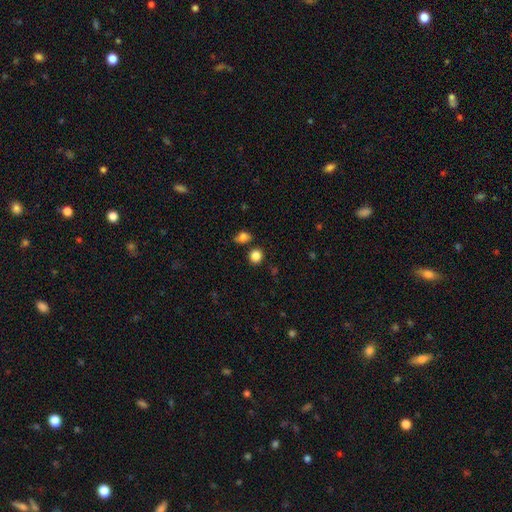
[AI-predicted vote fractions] Q: Smooth or featured?
A: smooth (85%); runner-up: star or artifact (11%)
Q: How rounded?
A: round (79%); runner-up: in between (20%)
Q: Merging?
A: none (81%); runner-up: minor disturbance (9%)